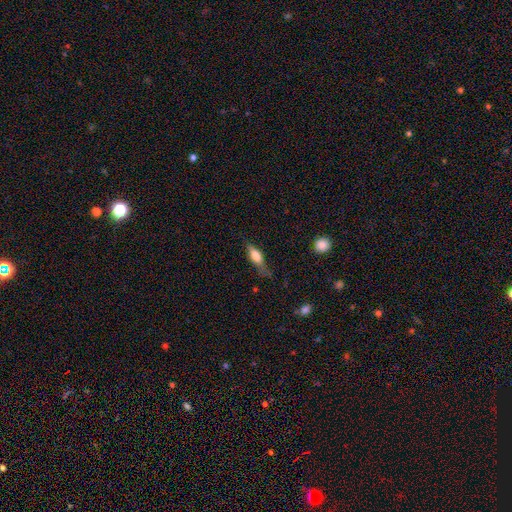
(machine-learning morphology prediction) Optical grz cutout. It shows a smooth galaxy with no disk features (63%) that is in between round and cigar-shaped (54%). Merging: none (55%).